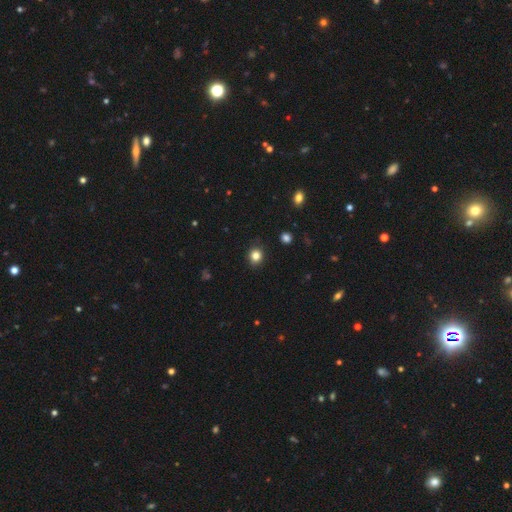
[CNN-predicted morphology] A smooth galaxy with no disk features (83%) that is round (81%). Merging: none (88%).